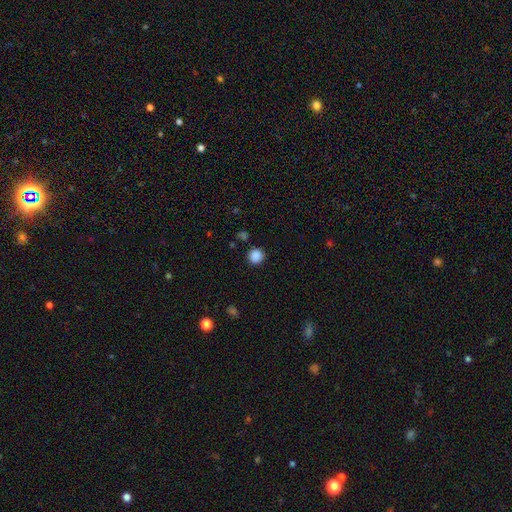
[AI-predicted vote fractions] smooth-or-featured: smooth: 87% | star or artifact: 10% | featured or disk: 3%
  how-rounded: round: 91% | in between: 8% | cigar-shaped: 1%
  merging: none: 88% | minor disturbance: 7% | major disturbance: 2% | merger: 2%